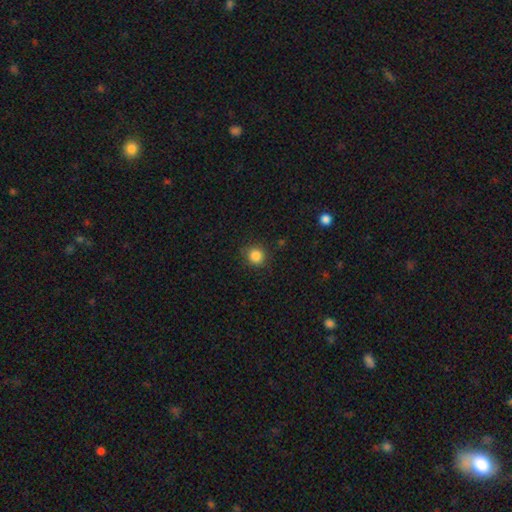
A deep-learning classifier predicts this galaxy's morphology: Smooth or featured? smooth (85%)
How rounded? round (90%)
Merging? none (88%)